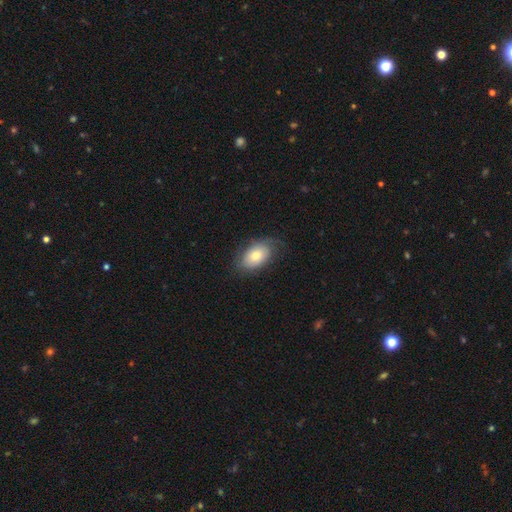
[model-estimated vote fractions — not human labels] Morphology: type=smooth (66%); roundness=in between (90%); merging=none (69%).